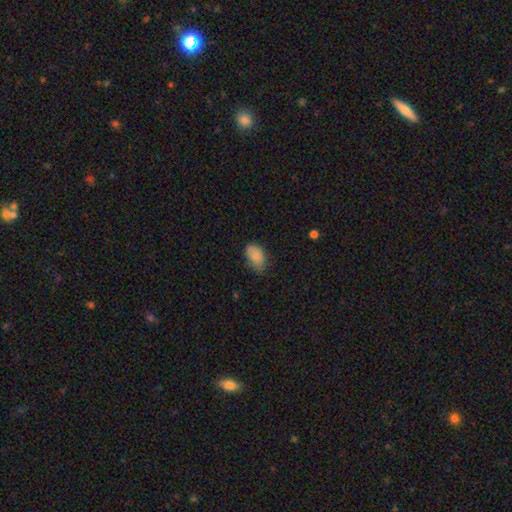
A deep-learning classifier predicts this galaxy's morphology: A smooth galaxy with no disk features (85%) that is in between round and cigar-shaped (90%). Merging: none (58%).